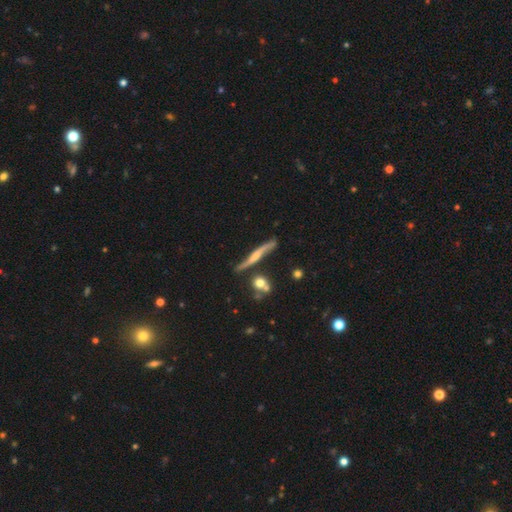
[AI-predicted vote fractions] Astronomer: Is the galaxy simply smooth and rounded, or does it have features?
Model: featured or disk — 70%.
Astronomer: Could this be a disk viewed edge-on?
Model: yes — 77%.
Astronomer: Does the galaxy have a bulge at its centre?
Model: rounded — 61%.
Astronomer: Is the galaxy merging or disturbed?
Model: none — 65%.